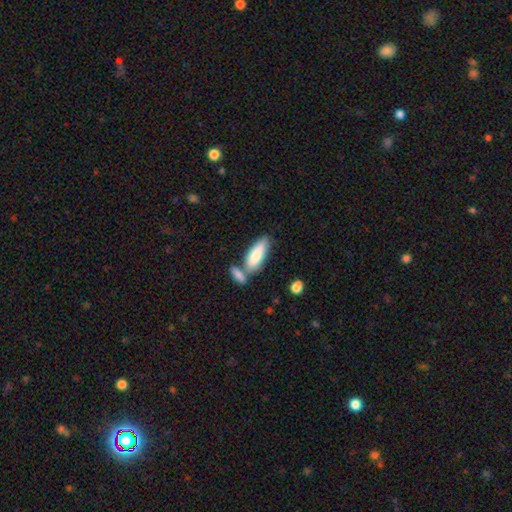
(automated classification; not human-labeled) Smooth or featured?
  - smooth: 80% *
  - featured or disk: 14%
  - star or artifact: 5%
How rounded?
  - in between: 70% *
  - cigar-shaped: 28%
  - round: 2%
Merging?
  - none: 48% *
  - merger: 35%
  - minor disturbance: 14%
  - major disturbance: 4%